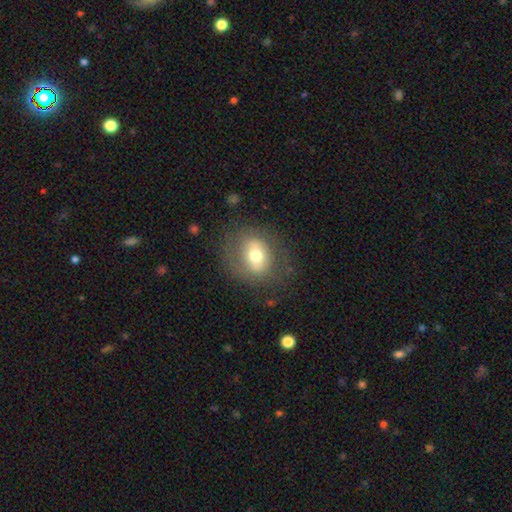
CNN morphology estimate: Smooth or featured?
  - smooth: 57% *
  - featured or disk: 34%
  - star or artifact: 9%
How rounded?
  - round: 58% *
  - in between: 40%
  - cigar-shaped: 1%
Merging?
  - none: 74% *
  - minor disturbance: 15%
  - major disturbance: 9%
  - merger: 1%